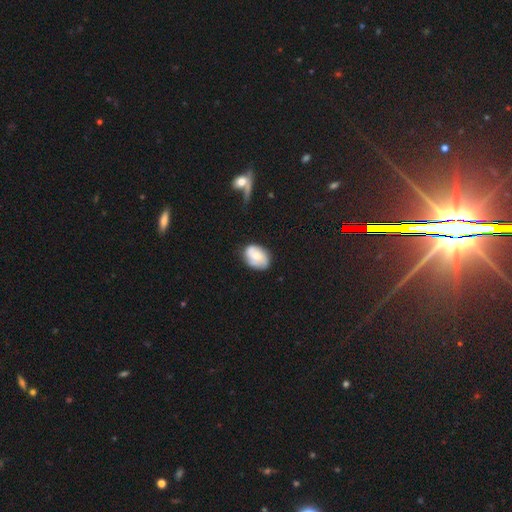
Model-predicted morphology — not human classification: A smooth galaxy with no disk features (49%).

Vote fractions:
- Smooth or featured? smooth: 49% / featured or disk: 44% / star or artifact: 7%
- Merging? none: 69% / minor disturbance: 23% / major disturbance: 6% / merger: 2%